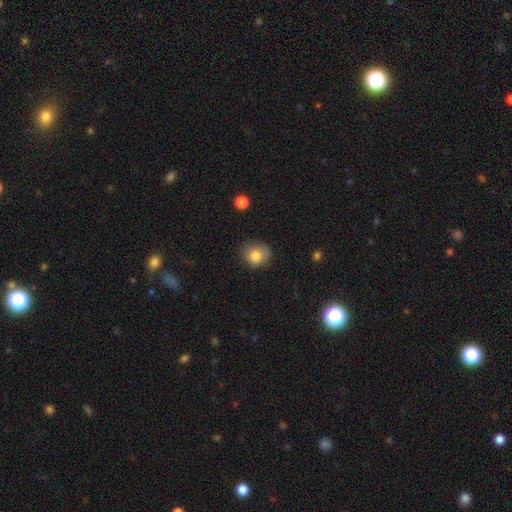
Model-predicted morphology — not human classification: A smooth galaxy with no disk features (81%) that is round (76%). Merging: none (70%).